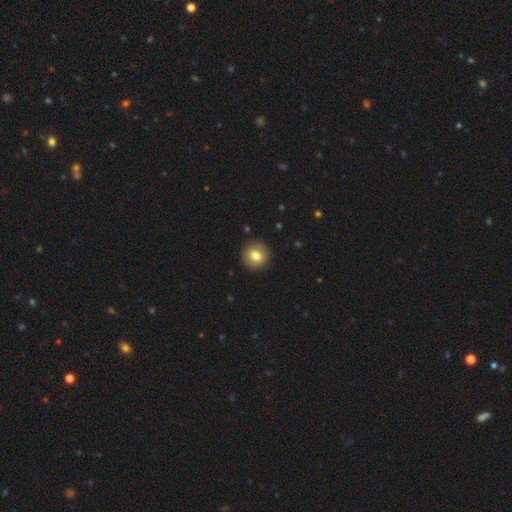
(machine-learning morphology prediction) type=smooth (79%); roundness=round (88%); merging=none (91%).